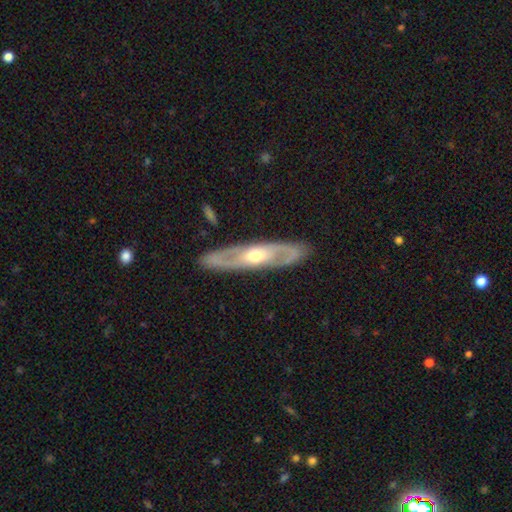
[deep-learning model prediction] Smooth or featured? Predicted: featured or disk (p=0.78). Edge-on disk? Predicted: no (p=0.72). Bar? Predicted: no (p=0.70). Spiral arms? Predicted: yes (p=0.67). Bulge size? Predicted: moderate (p=0.73). Merging? Predicted: none (p=0.87).